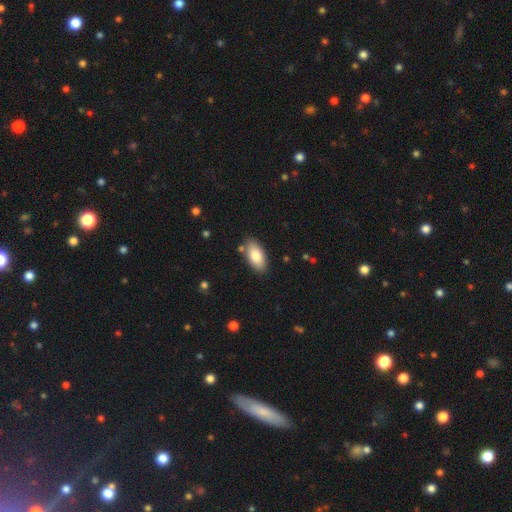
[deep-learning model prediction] smooth-or-featured: smooth: 82% | featured or disk: 12% | star or artifact: 6%
  how-rounded: in between: 92% | cigar-shaped: 6% | round: 2%
  merging: none: 83% | minor disturbance: 12% | merger: 3% | major disturbance: 2%